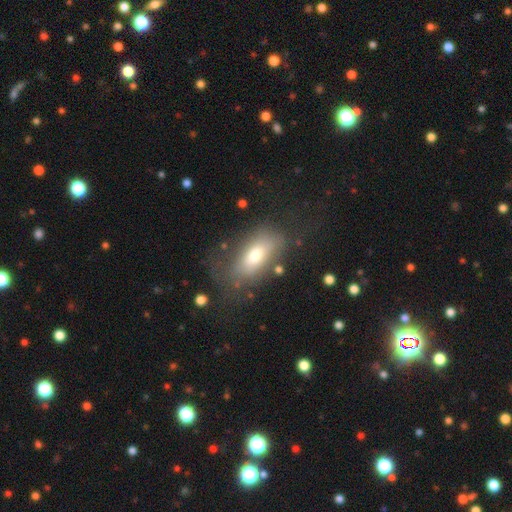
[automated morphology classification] smooth_or_featured: smooth (p=0.63) [alt: featured or disk p=0.28]
how_rounded: in between (p=0.86) [alt: cigar-shaped p=0.09]
merging: none (p=0.56) [alt: minor disturbance p=0.23]